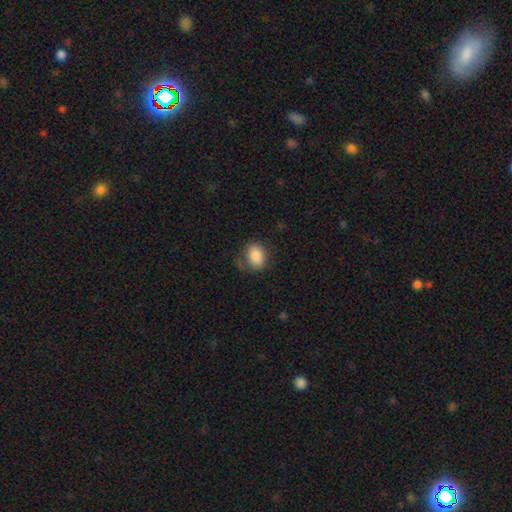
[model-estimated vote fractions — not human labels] Morphology: type=smooth (85%); roundness=in between (61%); merging=none (72%).